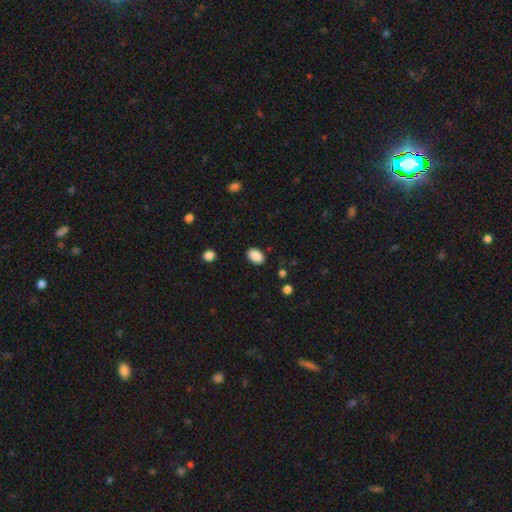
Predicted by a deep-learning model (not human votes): Overall: smooth (89%). How rounded: in between (86%). Merging: none (86%).